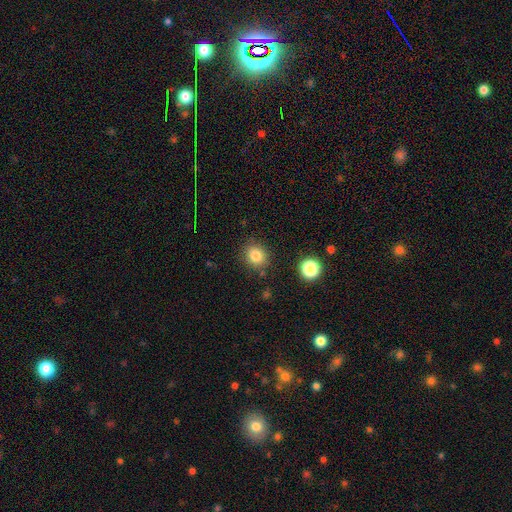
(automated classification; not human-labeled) Smooth or featured: smooth — 82% (star or artifact — 12%)
How rounded: round — 81% (in between — 18%)
Merging: none — 85% (minor disturbance — 9%)